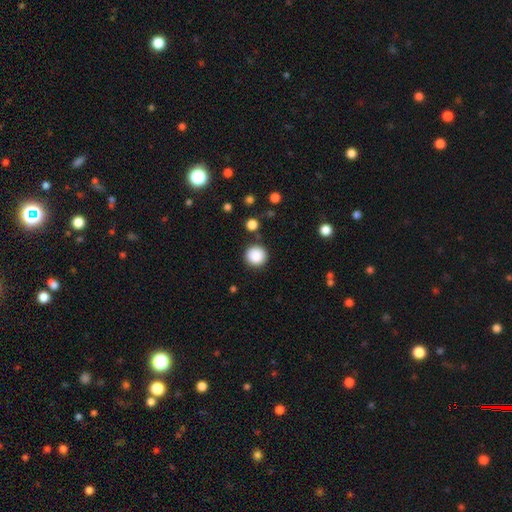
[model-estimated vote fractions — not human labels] Overall: smooth (87%). How rounded: round (95%). Merging: none (88%).